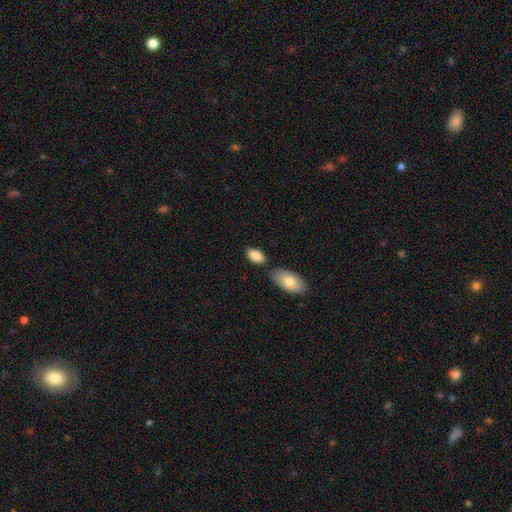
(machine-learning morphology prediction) The model was most divided on "merging": none: 67%, merger: 15%, minor disturbance: 14%, major disturbance: 3%. More confident: how rounded — in between (93%); smooth or featured — smooth (84%).